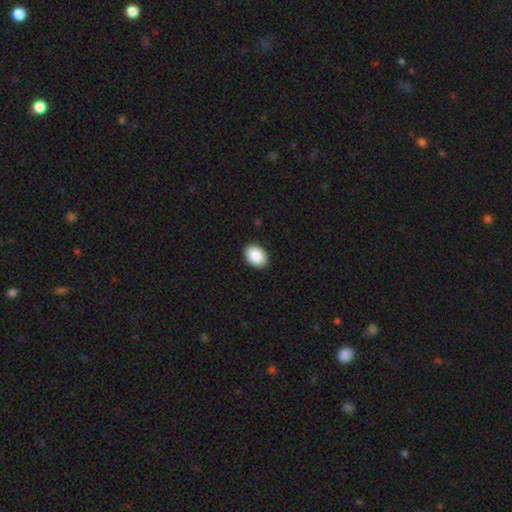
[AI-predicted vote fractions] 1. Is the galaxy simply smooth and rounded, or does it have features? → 89% smooth, 7% star or artifact, 5% featured or disk.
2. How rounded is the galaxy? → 78% in between, 21% round, 1% cigar-shaped.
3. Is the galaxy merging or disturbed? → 91% none, 7% minor disturbance, 2% major disturbance, 1% merger.